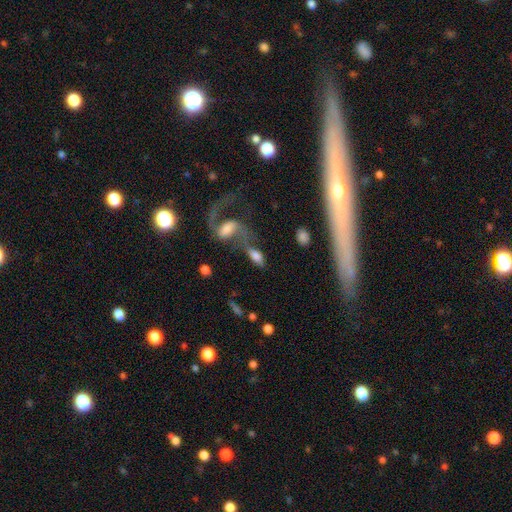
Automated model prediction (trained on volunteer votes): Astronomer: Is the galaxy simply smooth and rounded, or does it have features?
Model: smooth — 59%.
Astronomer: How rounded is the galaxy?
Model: in between — 83%.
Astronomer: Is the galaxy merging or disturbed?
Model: merger — 42% (runner-up: none, 33%).